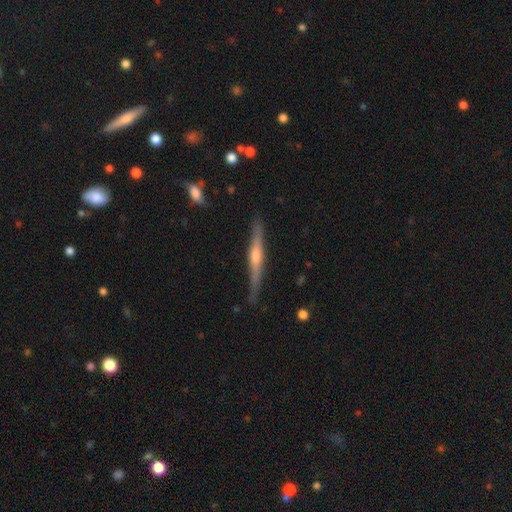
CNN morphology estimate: A featured or disk galaxy (76%) viewed edge-on (98%) with a rounded central bulge (80%).

Vote fractions:
- Smooth or featured? featured or disk: 76% / smooth: 17% / star or artifact: 6%
- Edge-on disk? yes: 98% / no: 2%
- Edge-on bulge? rounded: 80% / none: 11% / boxy: 9%
- Merging? none: 86% / minor disturbance: 11% / major disturbance: 2% / merger: 1%